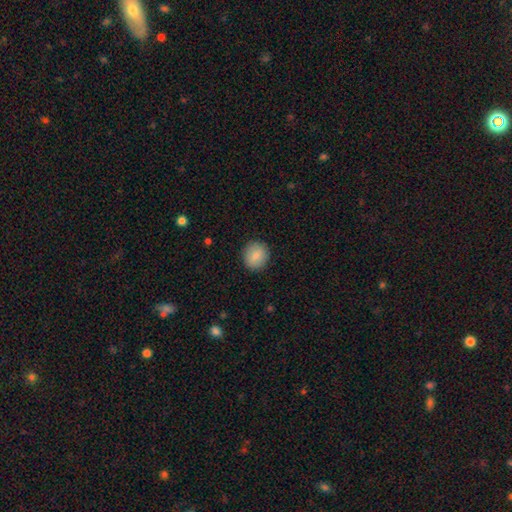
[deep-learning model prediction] Morphology: type=smooth (85%); roundness=round (85%); merging=none (90%).